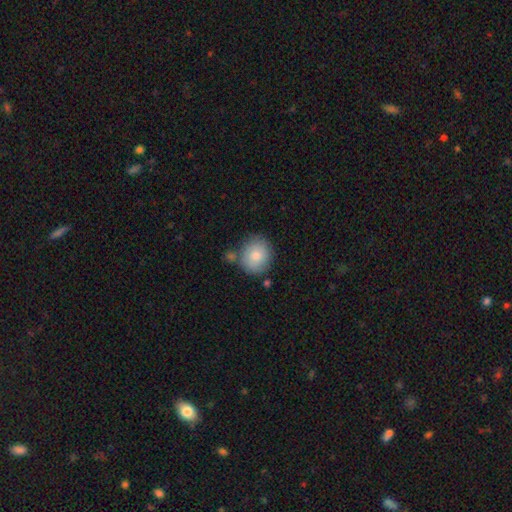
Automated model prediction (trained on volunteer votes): A smooth galaxy with no disk features (81%) that is round (81%). Merging: none (72%).